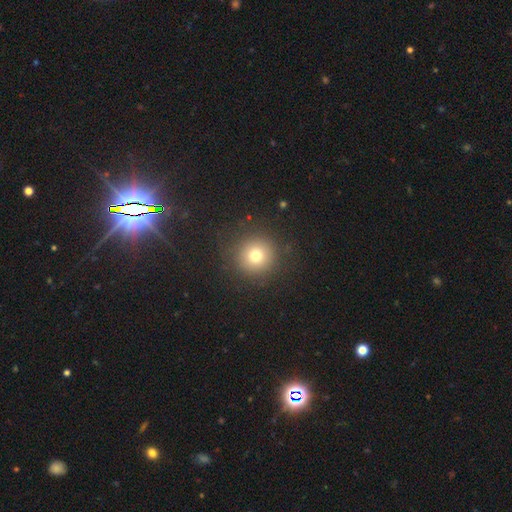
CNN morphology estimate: A smooth galaxy with no disk features (75%) that is round (94%).

Vote fractions:
- Smooth or featured? smooth: 75% / star or artifact: 15% / featured or disk: 11%
- How rounded? round: 94% / in between: 5% / cigar-shaped: 1%
- Merging? none: 87% / minor disturbance: 7% / major disturbance: 4% / merger: 1%